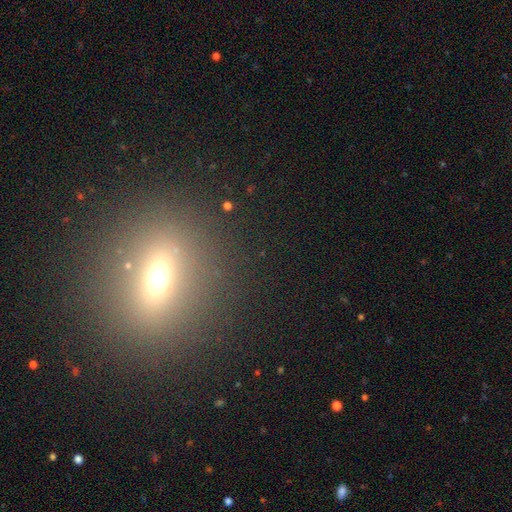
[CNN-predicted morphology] Overall: smooth (45%; star or artifact 29%). Merging: none (86%).